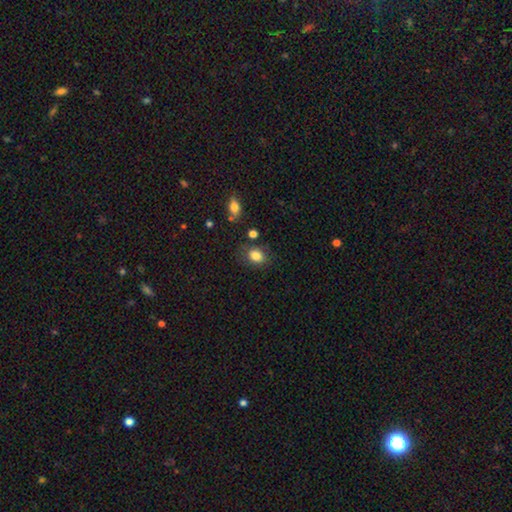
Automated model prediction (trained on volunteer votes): smooth 84%, star or artifact 9%, featured or disk 7%. Down the decision tree: how rounded — in between (63%); merging — none (71%).